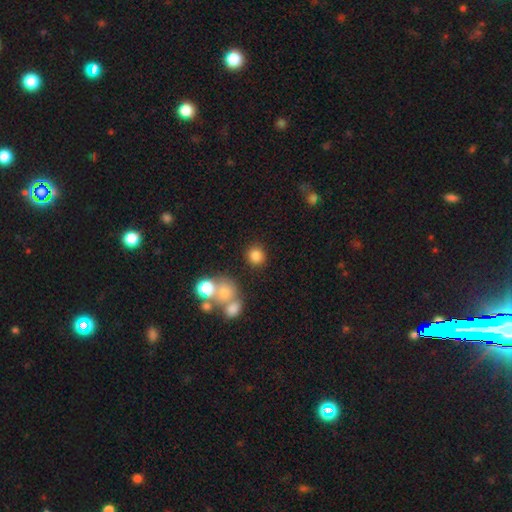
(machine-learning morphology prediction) Smooth or featured? smooth (82%)
How rounded? round (88%)
Merging? none (81%)